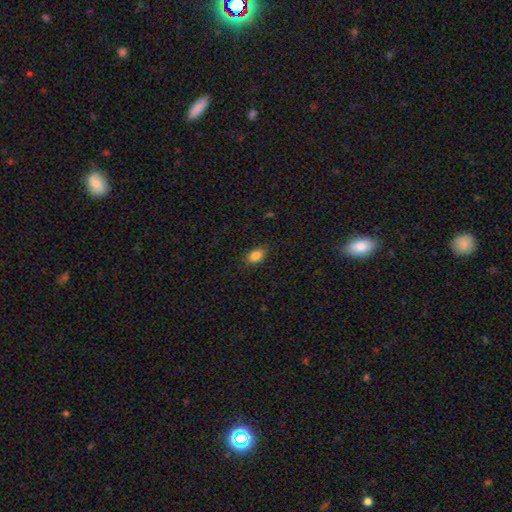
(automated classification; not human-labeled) A smooth galaxy with no disk features (86%) that is in between round and cigar-shaped (87%). Merging: none (85%).